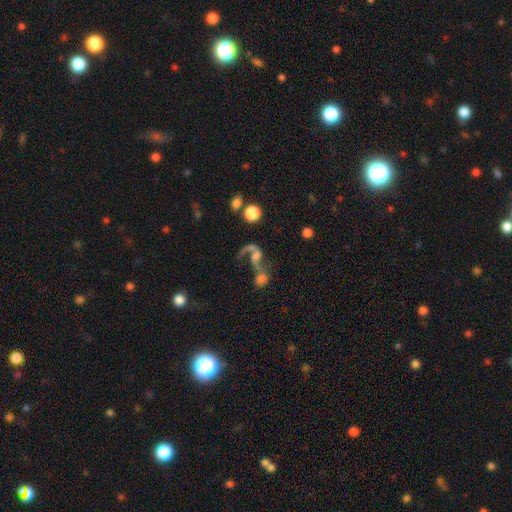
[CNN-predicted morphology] Overall: featured or disk (63%). Edge-on disk: no (96%). Bar: no (60%; weak 29%). Spiral arms: yes (77%). Bulge size: moderate (30%; small 29%). Merging: merger (55%; none 20%).